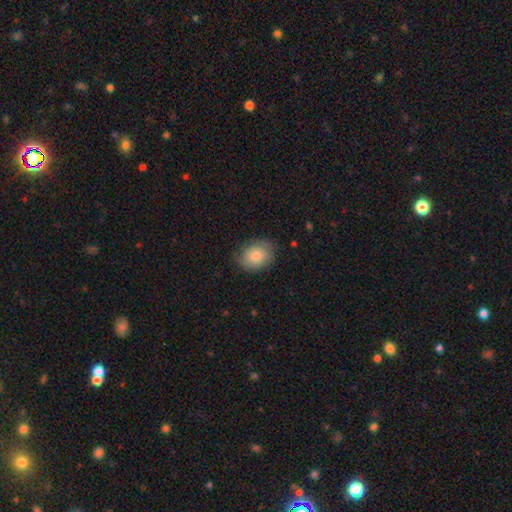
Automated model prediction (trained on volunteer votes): smooth-or-featured: smooth: 78% | featured or disk: 15% | star or artifact: 8%
  how-rounded: in between: 66% | round: 33% | cigar-shaped: 1%
  merging: none: 77% | minor disturbance: 18% | major disturbance: 4% | merger: 1%